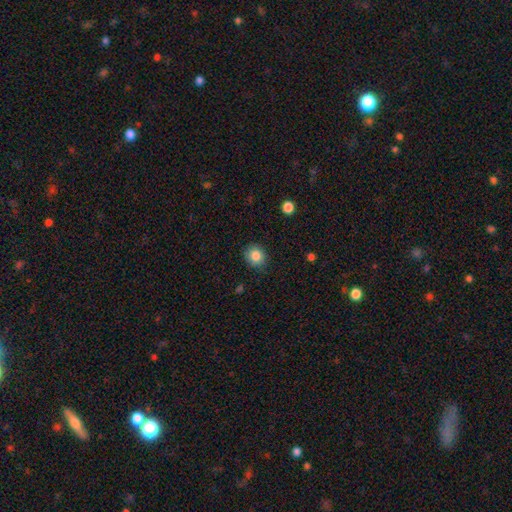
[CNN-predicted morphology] A smooth galaxy with no disk features (85%) that is round (78%).

Vote fractions:
- Smooth or featured? smooth: 85% / star or artifact: 9% / featured or disk: 6%
- How rounded? round: 78% / in between: 21% / cigar-shaped: 1%
- Merging? none: 87% / minor disturbance: 9% / major disturbance: 2% / merger: 1%